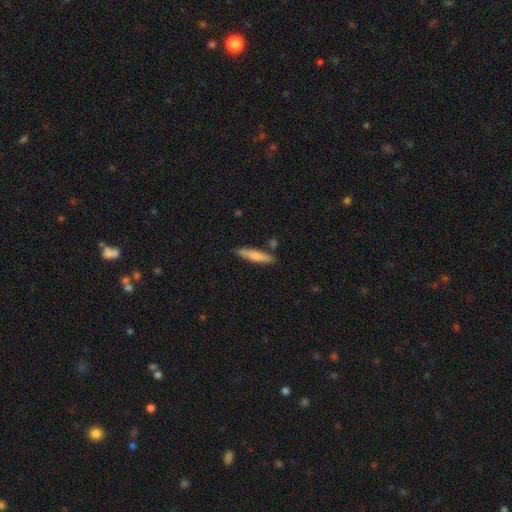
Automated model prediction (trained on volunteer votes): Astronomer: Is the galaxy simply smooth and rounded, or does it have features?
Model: smooth — 76%.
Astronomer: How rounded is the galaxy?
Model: cigar-shaped — 86%.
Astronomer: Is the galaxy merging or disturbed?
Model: none — 83%.